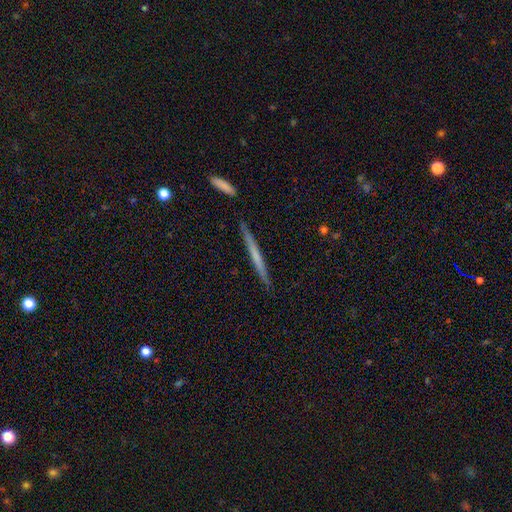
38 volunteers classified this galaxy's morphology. Volunteers were most divided on "smooth or featured": smooth: 50%, featured or disk: 47%, star or artifact: 3%. More confident: how rounded — cigar-shaped (84%); merging — none (78%).